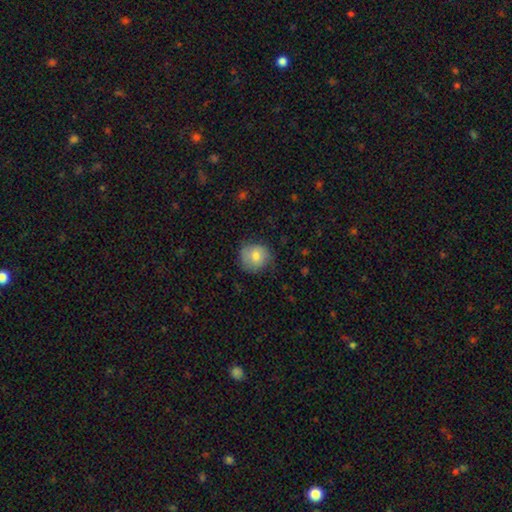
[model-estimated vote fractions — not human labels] Morphology: type=smooth (76%); roundness=round (86%); merging=none (68%).